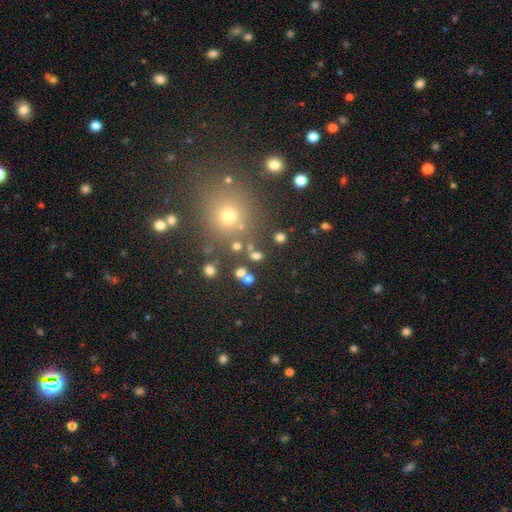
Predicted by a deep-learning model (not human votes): Smooth or featured?
  - smooth: 65% *
  - star or artifact: 24%
  - featured or disk: 11%
How rounded?
  - round: 69% *
  - in between: 29%
  - cigar-shaped: 2%
Merging?
  - none: 72% *
  - merger: 14%
  - minor disturbance: 9%
  - major disturbance: 5%